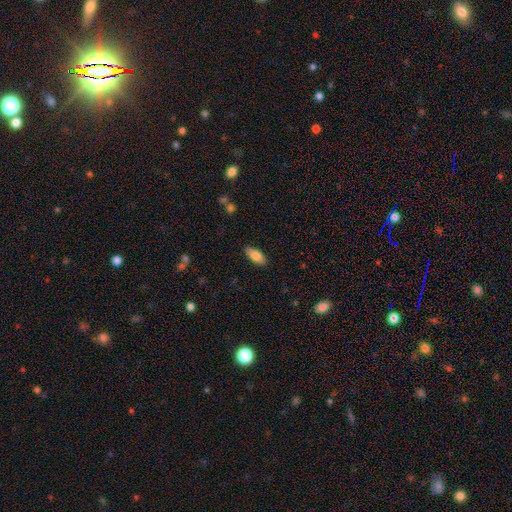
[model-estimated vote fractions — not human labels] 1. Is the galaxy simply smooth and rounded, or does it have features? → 83% smooth, 11% featured or disk, 7% star or artifact.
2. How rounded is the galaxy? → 84% in between, 14% cigar-shaped, 2% round.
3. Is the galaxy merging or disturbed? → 87% none, 10% minor disturbance, 2% major disturbance, 1% merger.